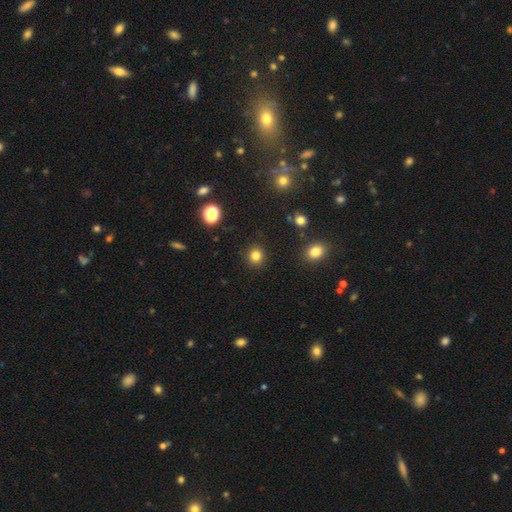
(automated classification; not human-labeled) smooth 83%, star or artifact 13%, featured or disk 5%. Down the decision tree: how rounded — round (87%); merging — none (91%).